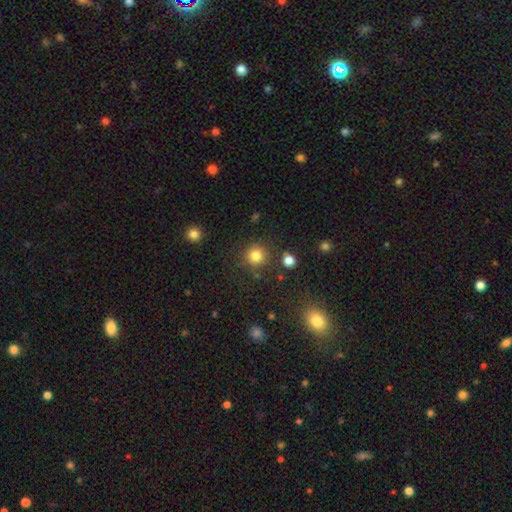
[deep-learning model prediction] Overall: smooth (83%). How rounded: round (93%). Merging: none (83%).